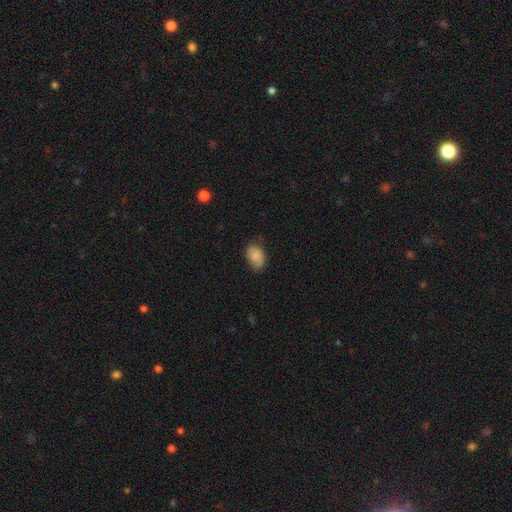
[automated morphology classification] Smooth or featured? Predicted: smooth (p=0.83). How rounded? Predicted: in between (p=0.81). Merging? Predicted: none (p=0.67).